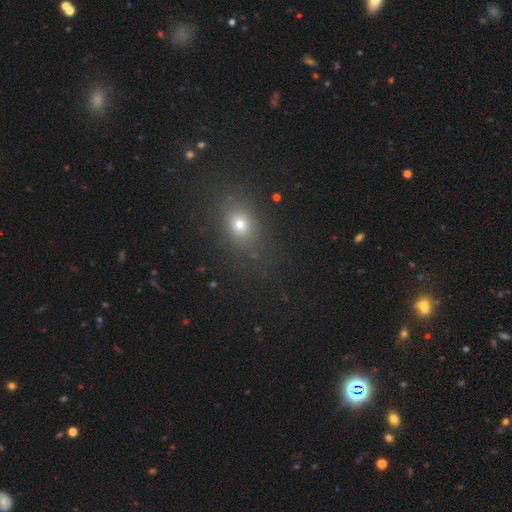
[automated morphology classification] Smooth or featured: smooth — 63% (star or artifact — 28%)
How rounded: round — 54% (in between — 44%)
Merging: none — 86% (minor disturbance — 9%)